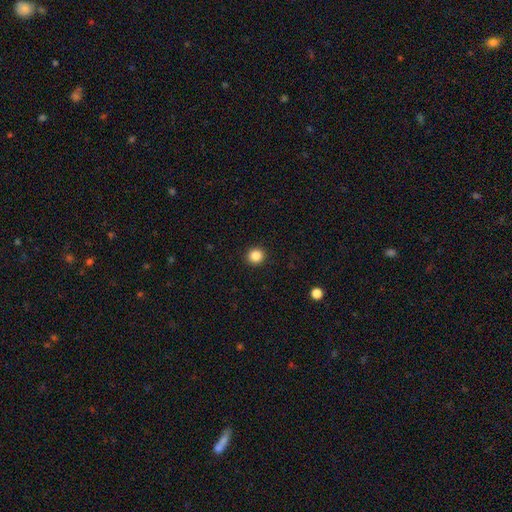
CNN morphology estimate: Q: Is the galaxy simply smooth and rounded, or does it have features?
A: smooth — 86%.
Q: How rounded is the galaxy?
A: round — 93%.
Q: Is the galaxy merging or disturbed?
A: none — 93%.